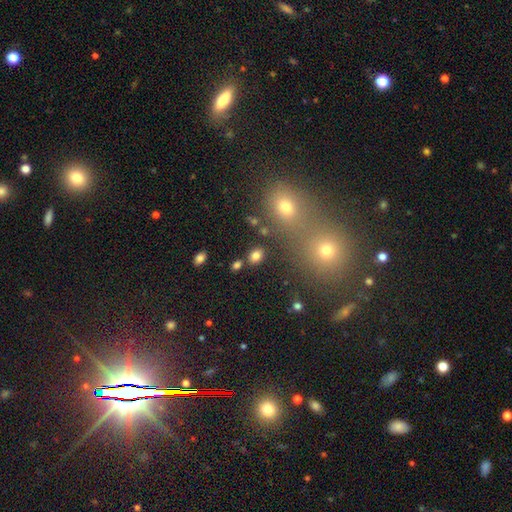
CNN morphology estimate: This appears to be a smooth galaxy with no disk features (79%) that is in between round and cigar-shaped (67%). Merging: none (77%).